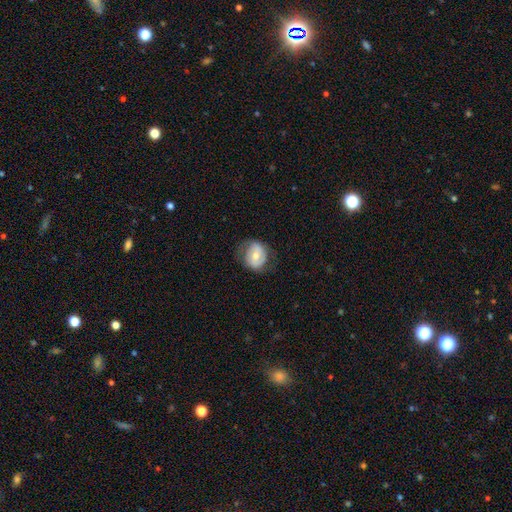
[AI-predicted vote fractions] The model was most divided on "smooth or featured": featured or disk: 47%, smooth: 46%, star or artifact: 7%. More confident: merging — none (65%).